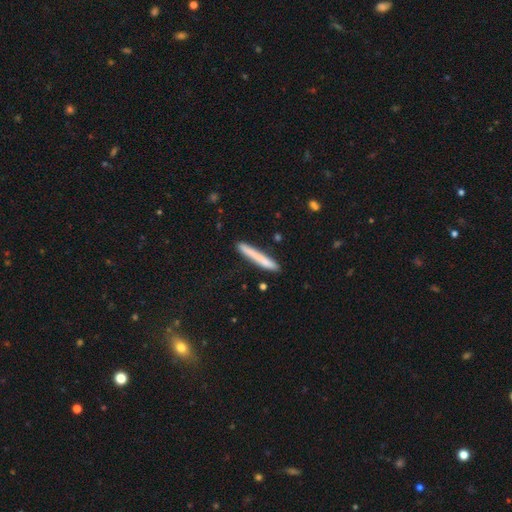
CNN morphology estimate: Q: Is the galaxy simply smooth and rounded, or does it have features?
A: smooth — 72%.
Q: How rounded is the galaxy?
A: cigar-shaped — 97%.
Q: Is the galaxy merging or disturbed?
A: none — 86%.